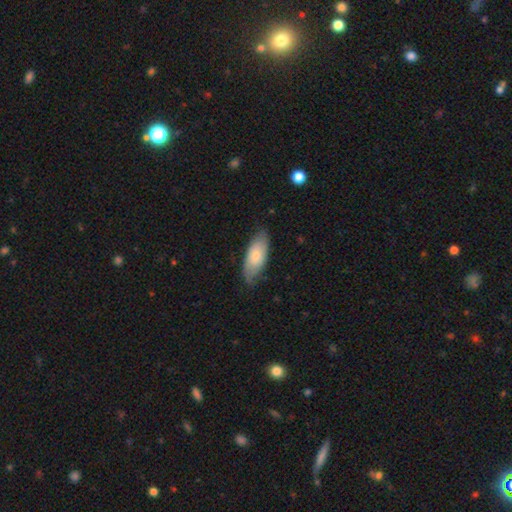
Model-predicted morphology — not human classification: Q: Smooth or featured?
A: smooth (67%); runner-up: featured or disk (27%)
Q: How rounded?
A: in between (83%); runner-up: cigar-shaped (15%)
Q: Merging?
A: none (72%); runner-up: minor disturbance (23%)